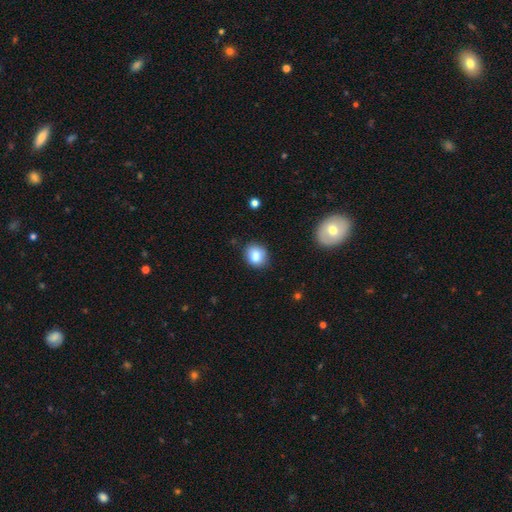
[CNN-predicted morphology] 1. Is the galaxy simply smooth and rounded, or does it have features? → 84% smooth, 9% star or artifact, 7% featured or disk.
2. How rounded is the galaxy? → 63% round, 36% in between, 1% cigar-shaped.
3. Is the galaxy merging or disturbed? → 79% none, 15% minor disturbance, 3% major disturbance, 2% merger.